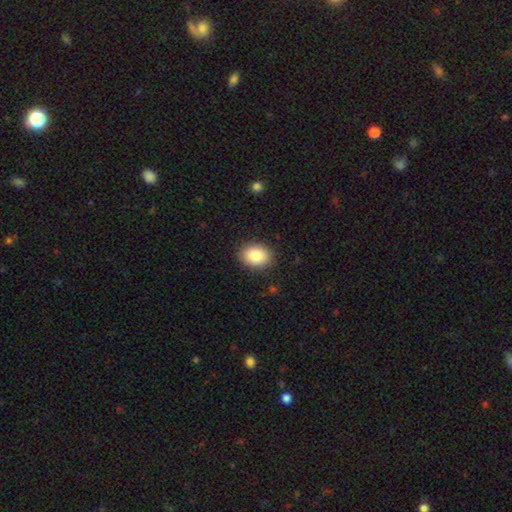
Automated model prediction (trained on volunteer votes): smooth 87%, star or artifact 7%, featured or disk 6%. Down the decision tree: how rounded — in between (66%); merging — none (88%).